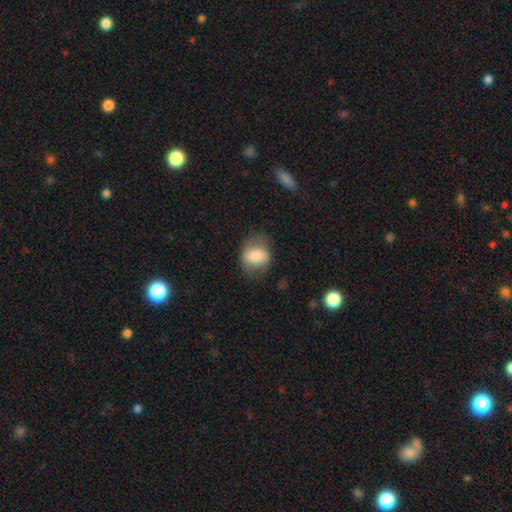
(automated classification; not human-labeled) smooth 73%, featured or disk 20%, star or artifact 7%. Down the decision tree: how rounded — in between (49%, tied with round); merging — none (67%).